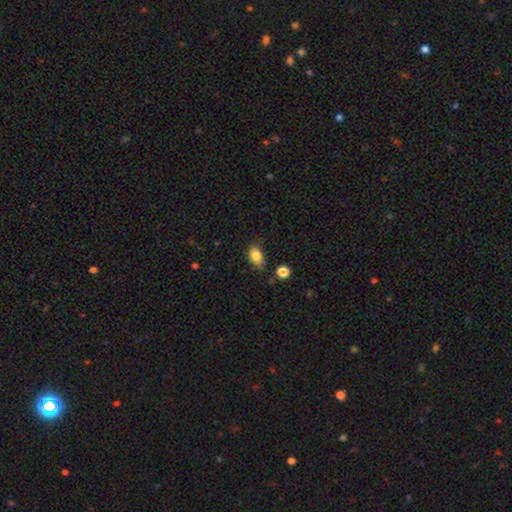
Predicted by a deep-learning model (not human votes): The model was most divided on "merging": none: 64%, minor disturbance: 27%, major disturbance: 6%, merger: 3%. More confident: how rounded — in between (83%); smooth or featured — smooth (83%).